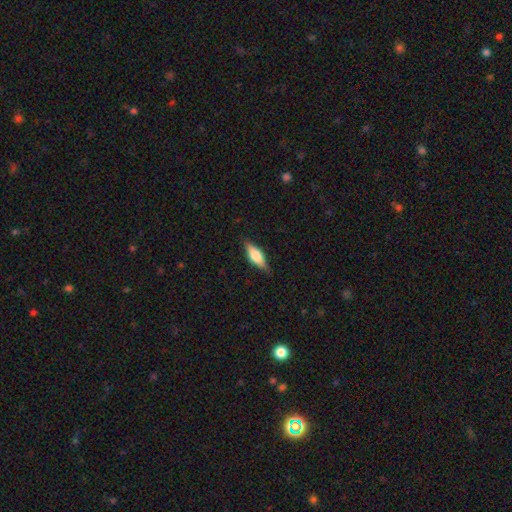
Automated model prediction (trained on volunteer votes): A smooth galaxy with no disk features (50%) that is in between round and cigar-shaped (58%).

Vote fractions:
- Smooth or featured? smooth: 50% / featured or disk: 43% / star or artifact: 7%
- How rounded? in between: 58% / cigar-shaped: 39% / round: 3%
- Merging? none: 83% / minor disturbance: 13% / major disturbance: 3% / merger: 1%